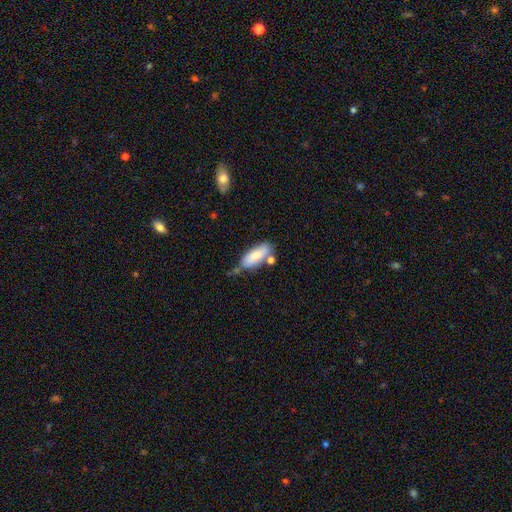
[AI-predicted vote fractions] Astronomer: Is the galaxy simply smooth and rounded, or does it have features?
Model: smooth — 76%.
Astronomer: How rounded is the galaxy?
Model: in between — 77%.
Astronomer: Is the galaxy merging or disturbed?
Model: none — 55%.